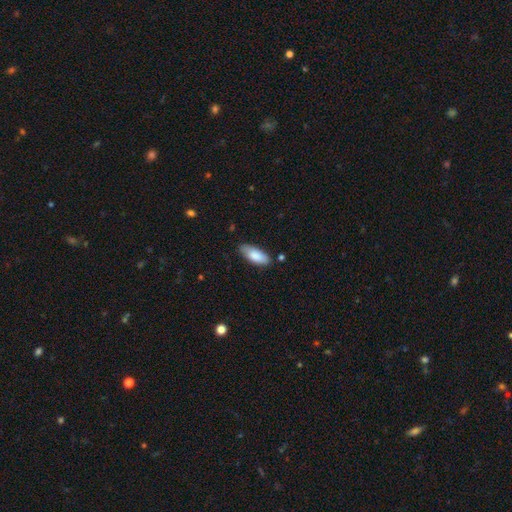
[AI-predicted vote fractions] A smooth galaxy with no disk features (85%) that is in between round and cigar-shaped (82%). Merging: none (78%).